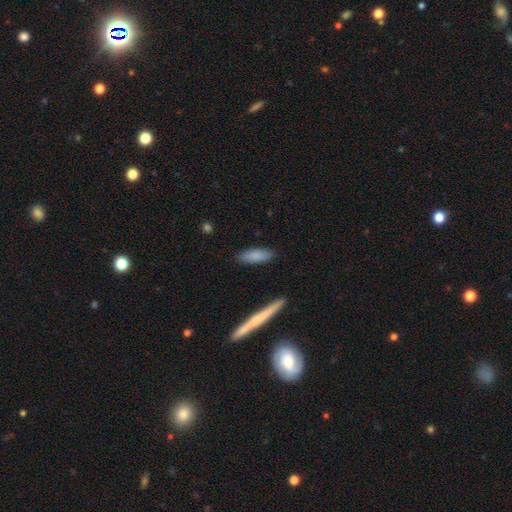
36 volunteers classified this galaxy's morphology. smooth 78%, featured or disk 17%, star or artifact 6%. Down the decision tree: how rounded — in between (82%); merging — none (97%).